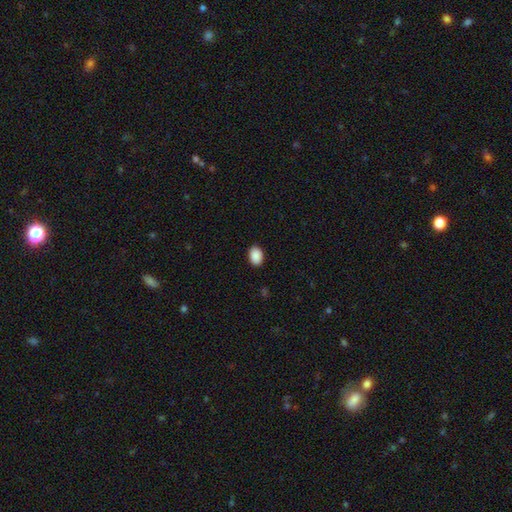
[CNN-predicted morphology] This appears to be a smooth galaxy with no disk features (91%) that is in between round and cigar-shaped (80%). Merging: none (89%).